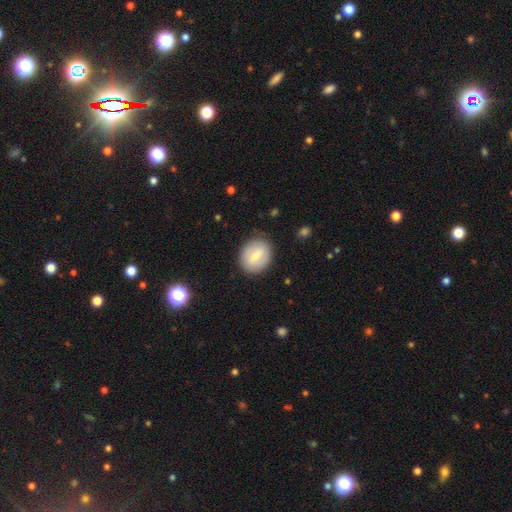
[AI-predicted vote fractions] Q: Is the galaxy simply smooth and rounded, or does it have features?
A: smooth — 54%.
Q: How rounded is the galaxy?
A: round — 56%.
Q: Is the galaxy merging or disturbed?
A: none — 83%.